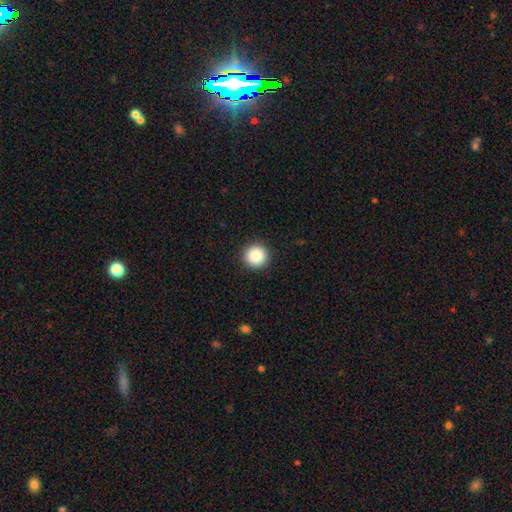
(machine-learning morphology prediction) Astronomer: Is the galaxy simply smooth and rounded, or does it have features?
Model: smooth — 87%.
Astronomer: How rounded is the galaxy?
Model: round — 96%.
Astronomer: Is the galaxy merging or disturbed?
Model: none — 93%.